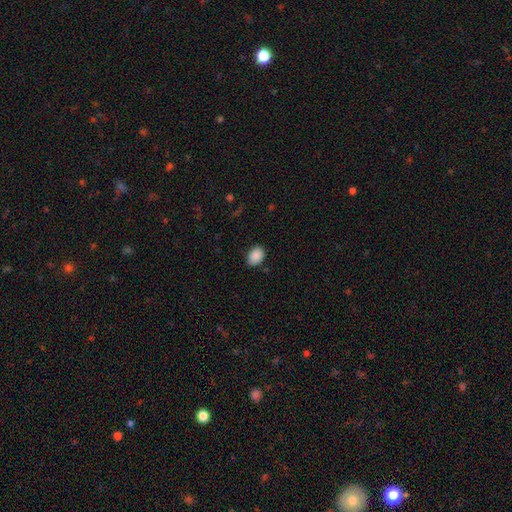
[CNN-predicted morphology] This is clearly a smooth galaxy (90%). How rounded: likely in between (78%). Merging: clearly none (83%).